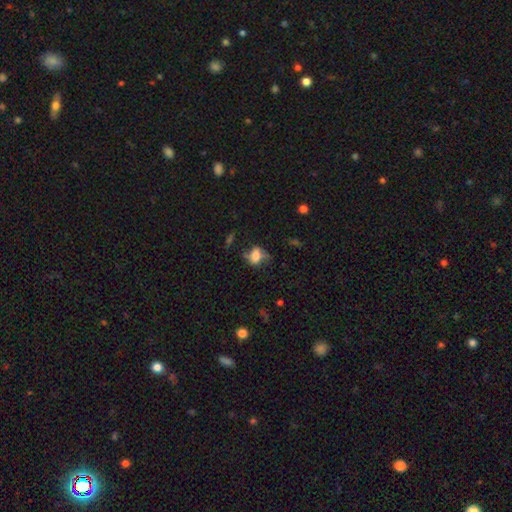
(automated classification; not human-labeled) This appears to be a smooth galaxy with no disk features (58%) that is in between round and cigar-shaped (71%). Merging: none (49%).